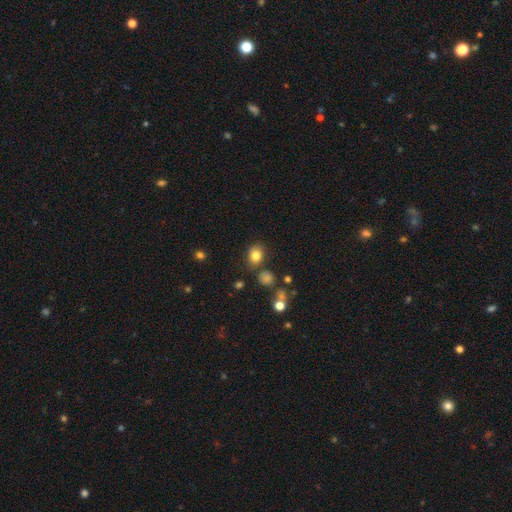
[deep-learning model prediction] A smooth galaxy with no disk features (81%) that is round (52%). Merging: none (77%).